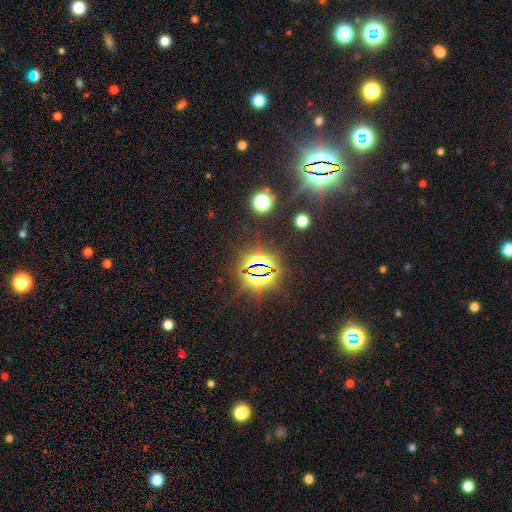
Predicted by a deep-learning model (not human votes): Q: Smooth or featured?
A: star or artifact (80%); runner-up: smooth (12%)